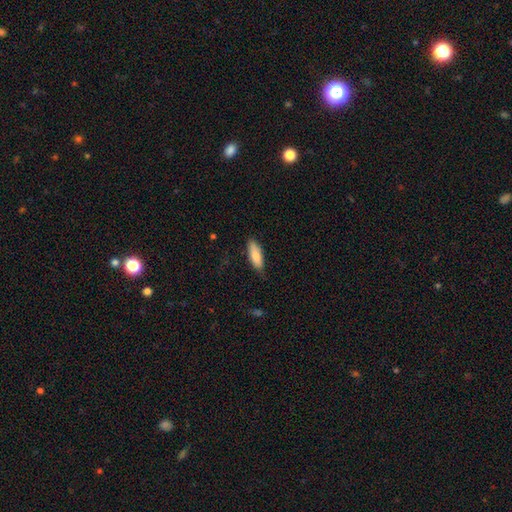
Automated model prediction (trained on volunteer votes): Smooth or featured: smooth — 81% (featured or disk — 13%)
How rounded: in between — 61% (cigar-shaped — 37%)
Merging: none — 78% (minor disturbance — 18%)